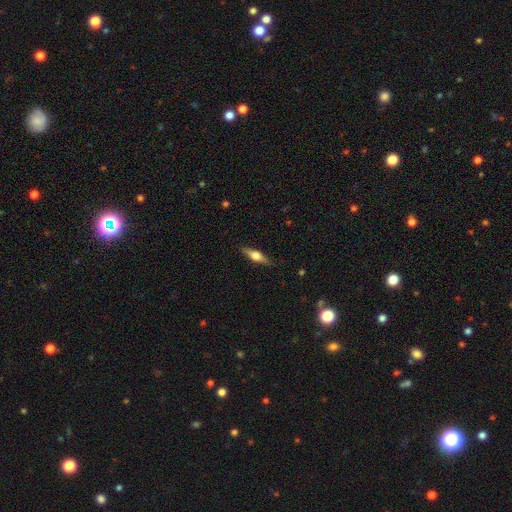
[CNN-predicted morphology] Smooth or featured? Predicted: featured or disk (p=0.53). Edge-on disk? Predicted: yes (p=0.94). Merging? Predicted: none (p=0.85).